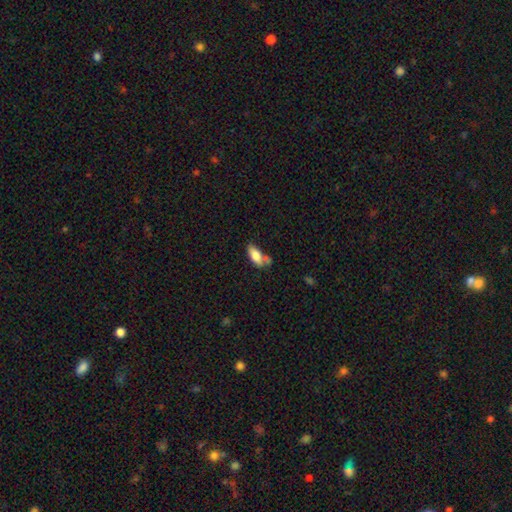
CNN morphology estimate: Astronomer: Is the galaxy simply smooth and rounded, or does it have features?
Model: smooth — 77%.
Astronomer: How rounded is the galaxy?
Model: in between — 83%.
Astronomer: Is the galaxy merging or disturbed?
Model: none — 41% (runner-up: merger, 26%).